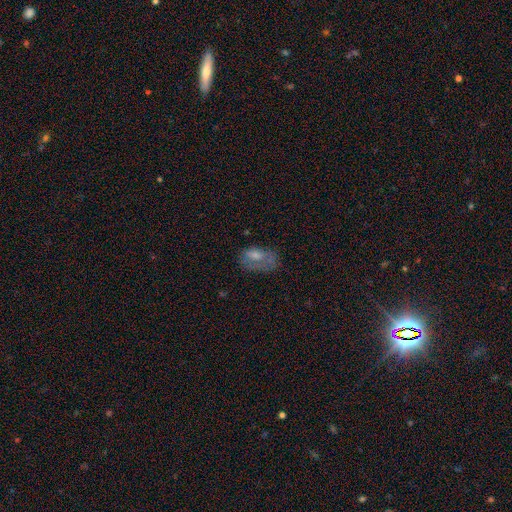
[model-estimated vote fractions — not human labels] Smooth or featured?
  - smooth: 50% *
  - featured or disk: 36%
  - star or artifact: 15%
Merging?
  - none: 43% *
  - major disturbance: 27%
  - minor disturbance: 27%
  - merger: 3%